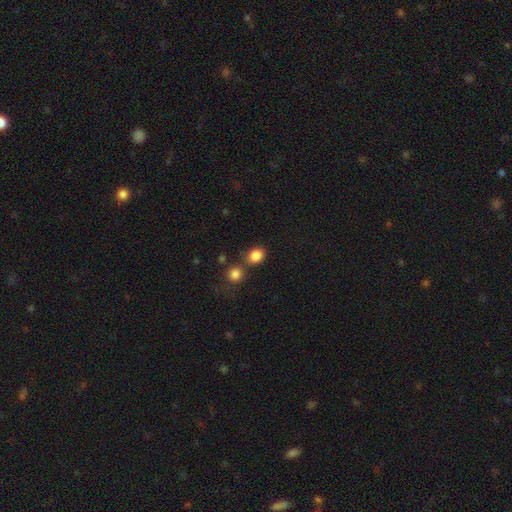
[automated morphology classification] Q: Smooth or featured?
A: smooth (84%); runner-up: star or artifact (11%)
Q: How rounded?
A: round (60%); runner-up: in between (39%)
Q: Merging?
A: none (64%); runner-up: merger (21%)